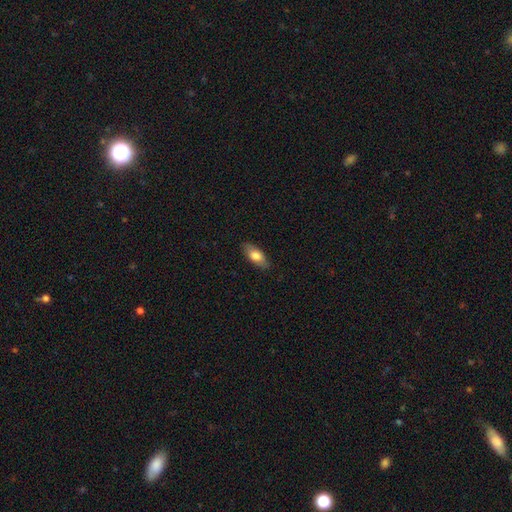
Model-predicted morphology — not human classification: Smooth or featured: smooth — 76% (featured or disk — 18%)
How rounded: in between — 81% (cigar-shaped — 16%)
Merging: none — 85% (minor disturbance — 11%)